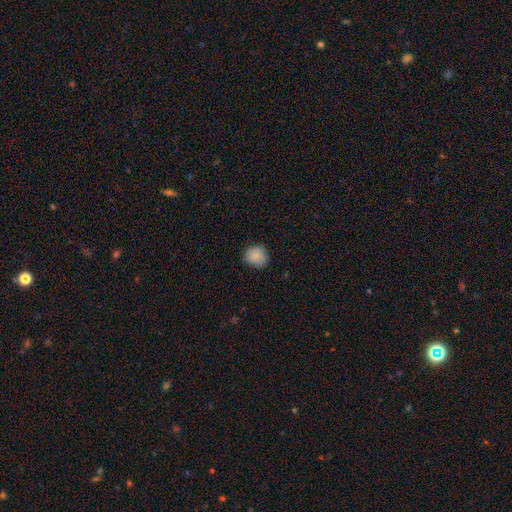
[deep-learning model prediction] smooth 84%, star or artifact 9%, featured or disk 6%. Down the decision tree: how rounded — round (80%); merging — none (77%).